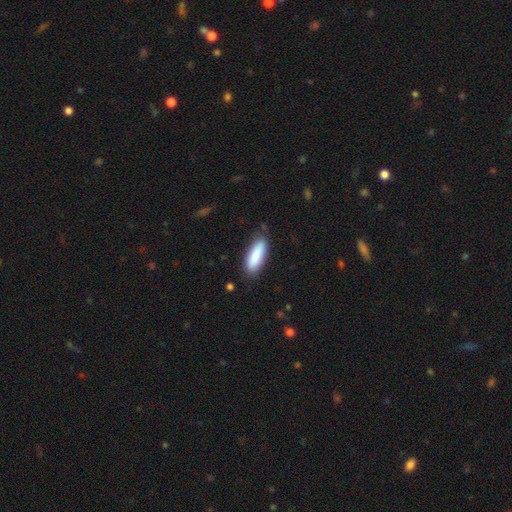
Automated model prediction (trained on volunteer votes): smooth_or_featured: smooth (p=0.87) [alt: featured or disk p=0.08]
how_rounded: in between (p=0.63) [alt: cigar-shaped p=0.36]
merging: none (p=0.81) [alt: minor disturbance p=0.15]